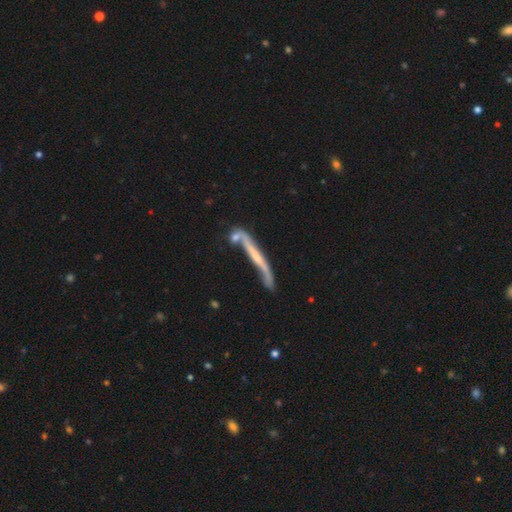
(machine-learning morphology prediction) This is likely a featured or disk galaxy (66%). It is clearly viewed edge-on (84%). Edge-on bulge: possibly none (57%). Merging: possibly none (45%).